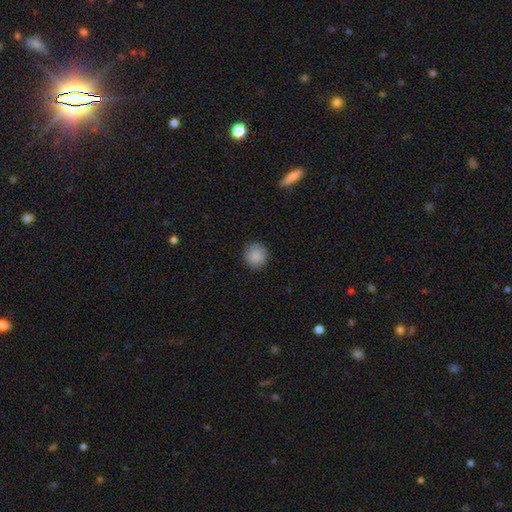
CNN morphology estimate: smooth-or-featured: smooth: 88% | star or artifact: 8% | featured or disk: 4%
  how-rounded: round: 86% | in between: 13% | cigar-shaped: 1%
  merging: none: 89% | minor disturbance: 8% | major disturbance: 2% | merger: 1%